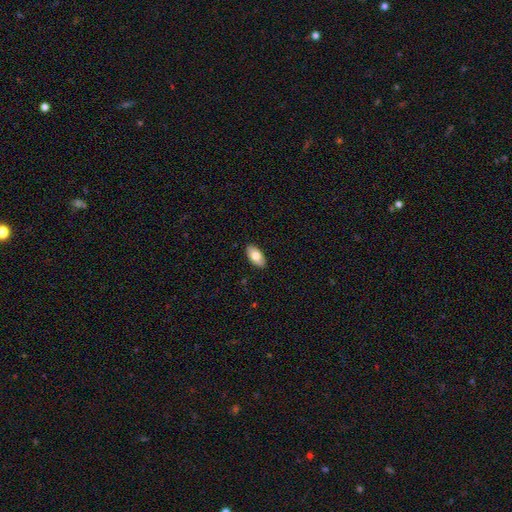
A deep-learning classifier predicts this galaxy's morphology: Smooth or featured: smooth — 78% (featured or disk — 16%)
How rounded: in between — 94% (cigar-shaped — 4%)
Merging: none — 90% (minor disturbance — 8%)